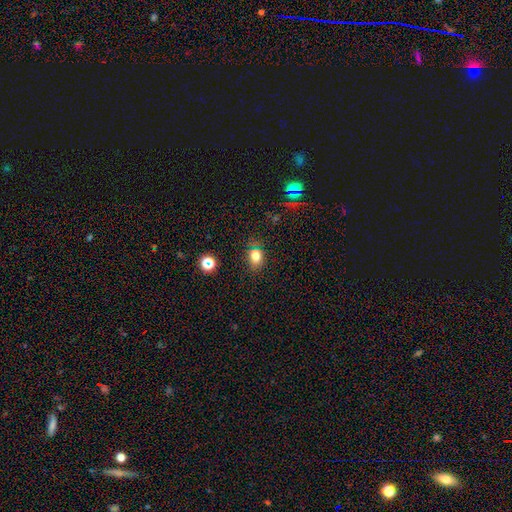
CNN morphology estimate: smooth-or-featured: smooth: 75% | star or artifact: 16% | featured or disk: 9%
  how-rounded: in between: 65% | round: 33% | cigar-shaped: 2%
  merging: none: 80% | minor disturbance: 14% | major disturbance: 4% | merger: 2%